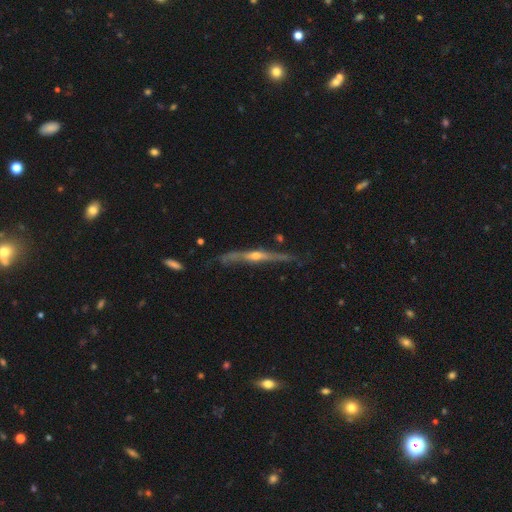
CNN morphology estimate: smooth_or_featured: featured or disk (p=0.80) [alt: smooth p=0.14]
disk_edge_on: yes (p=0.95) [alt: no p=0.05]
edge_on_bulge: rounded (p=0.86) [alt: none p=0.10]
merging: none (p=0.70) [alt: minor disturbance p=0.22]